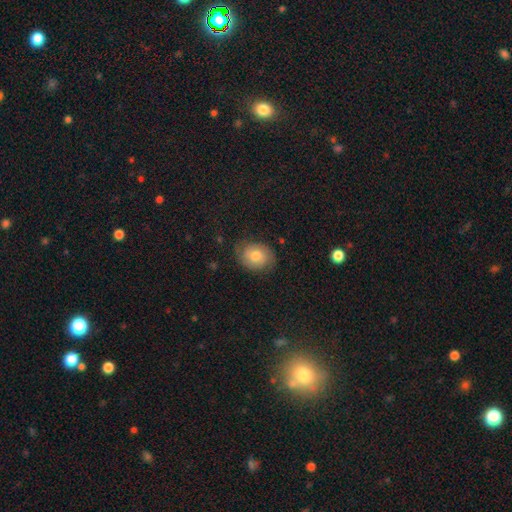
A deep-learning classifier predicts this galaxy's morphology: Smooth or featured?
  - smooth: 51% *
  - featured or disk: 39%
  - star or artifact: 10%
How rounded?
  - in between: 51% *
  - round: 48%
  - cigar-shaped: 1%
Merging?
  - none: 75% *
  - minor disturbance: 18%
  - major disturbance: 6%
  - merger: 1%